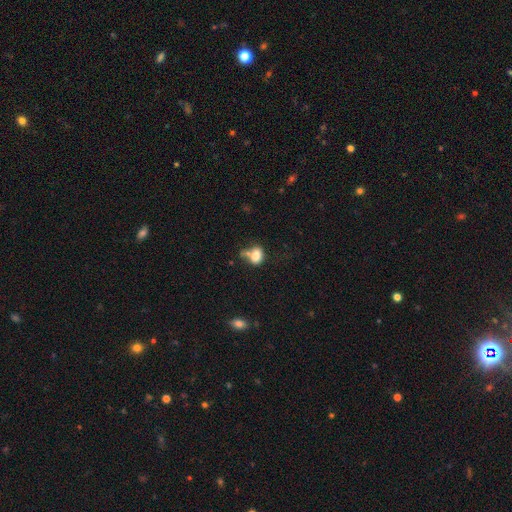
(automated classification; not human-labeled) Smooth or featured?
  - smooth: 78% *
  - featured or disk: 11%
  - star or artifact: 11%
How rounded?
  - in between: 75% *
  - round: 24%
  - cigar-shaped: 2%
Merging?
  - merger: 35% *
  - none: 31%
  - minor disturbance: 20%
  - major disturbance: 14%